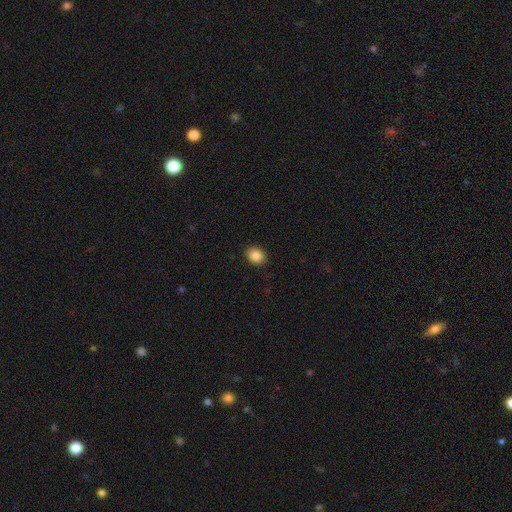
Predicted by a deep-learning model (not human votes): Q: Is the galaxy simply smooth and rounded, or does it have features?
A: smooth — 87%.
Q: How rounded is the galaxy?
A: round — 59%.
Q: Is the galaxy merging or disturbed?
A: none — 90%.